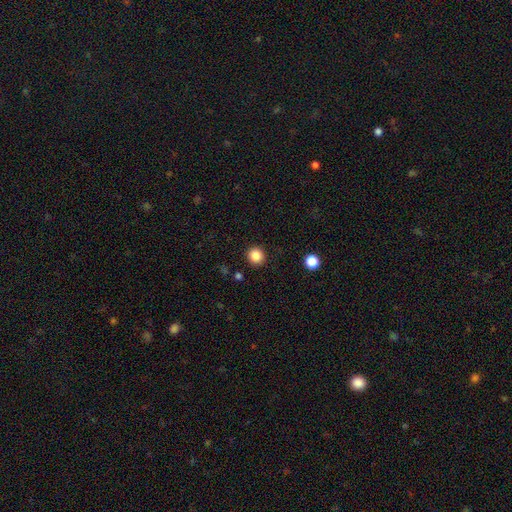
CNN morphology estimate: Smooth or featured: smooth — 86% (star or artifact — 11%)
How rounded: round — 93% (in between — 6%)
Merging: none — 91% (minor disturbance — 5%)